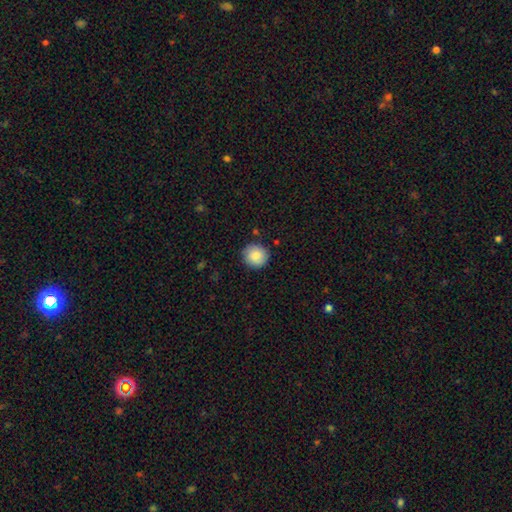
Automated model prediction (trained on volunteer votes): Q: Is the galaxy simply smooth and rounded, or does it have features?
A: smooth — 86%.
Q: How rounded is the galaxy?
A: round — 93%.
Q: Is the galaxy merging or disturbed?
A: none — 88%.